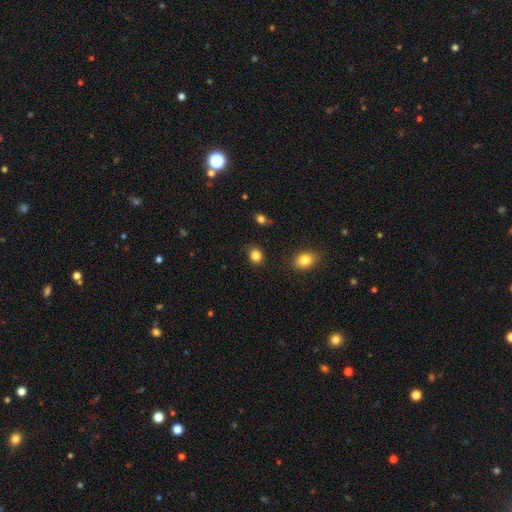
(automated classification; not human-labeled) A smooth galaxy with no disk features (85%) that is round (65%). Merging: none (86%).